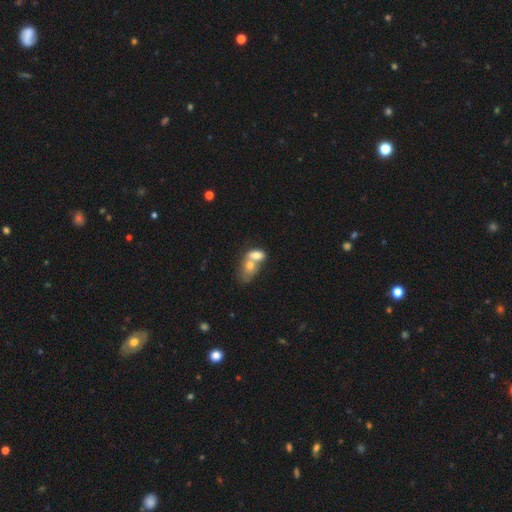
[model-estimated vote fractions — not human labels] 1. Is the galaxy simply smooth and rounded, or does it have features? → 73% smooth, 19% featured or disk, 8% star or artifact.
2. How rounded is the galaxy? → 84% in between, 12% round, 3% cigar-shaped.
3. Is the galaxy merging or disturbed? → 73% merger, 16% none, 7% minor disturbance, 4% major disturbance.